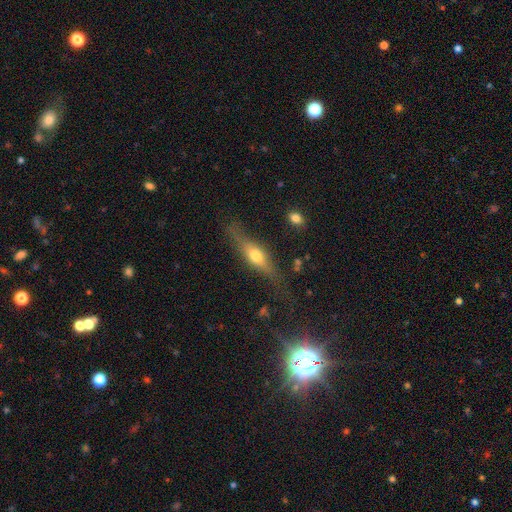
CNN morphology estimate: This appears to be a featured or disk galaxy (54%) viewed edge-on (85%). Merging: none (64%).